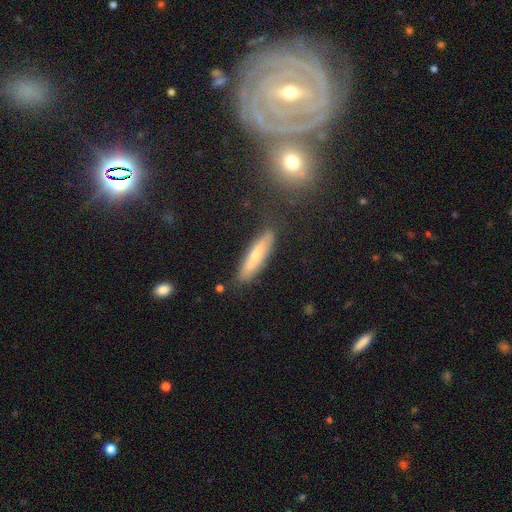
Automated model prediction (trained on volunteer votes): A smooth galaxy with no disk features (60%) that is cigar-shaped (80%). Merging: none (81%).